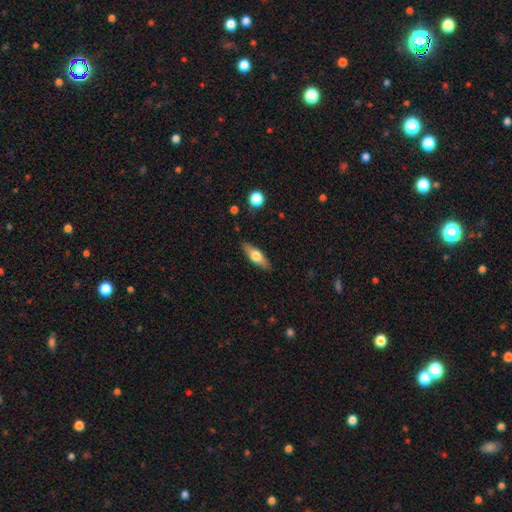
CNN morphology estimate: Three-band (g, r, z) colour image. It shows a smooth galaxy with no disk features (55%) that is in between round and cigar-shaped (54%). Merging: none (86%).